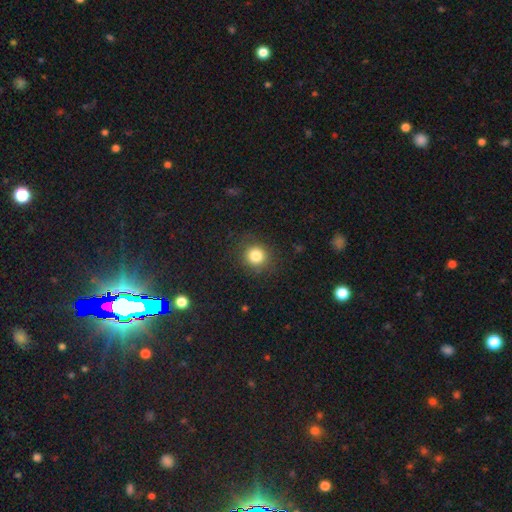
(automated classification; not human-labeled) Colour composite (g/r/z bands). It shows a smooth galaxy with no disk features (83%) that is round (90%). Merging: none (87%).